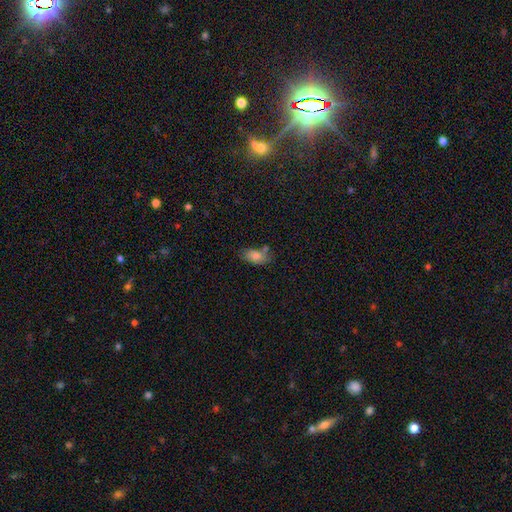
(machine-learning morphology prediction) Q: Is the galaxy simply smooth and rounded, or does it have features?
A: smooth — 80%.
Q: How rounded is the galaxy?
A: in between — 90%.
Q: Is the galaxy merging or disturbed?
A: none — 53%.